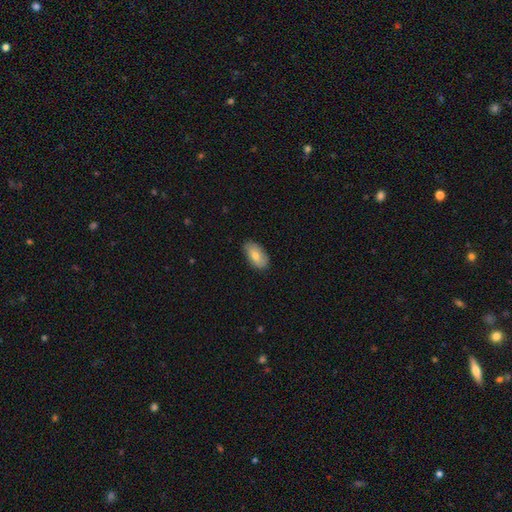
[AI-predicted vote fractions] A smooth galaxy with no disk features (74%) that is in between round and cigar-shaped (94%). Merging: none (81%).